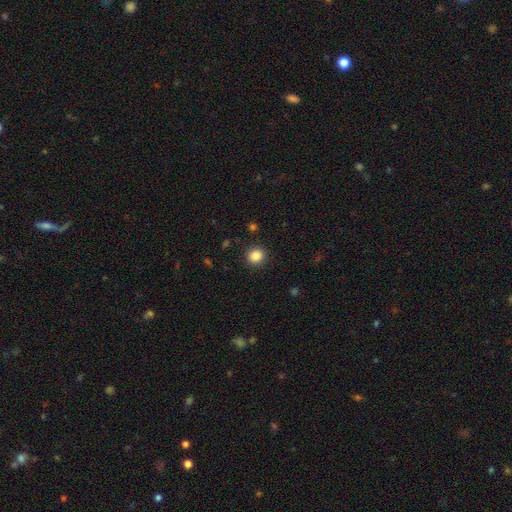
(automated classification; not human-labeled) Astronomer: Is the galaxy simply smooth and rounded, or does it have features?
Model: smooth — 86%.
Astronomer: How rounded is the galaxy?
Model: round — 86%.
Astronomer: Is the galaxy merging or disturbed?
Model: none — 91%.